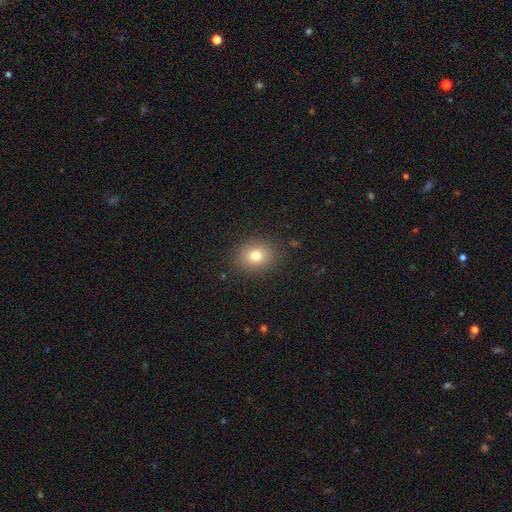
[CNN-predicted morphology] Smooth or featured?
  - smooth: 78% *
  - star or artifact: 12%
  - featured or disk: 10%
How rounded?
  - round: 64% *
  - in between: 35%
  - cigar-shaped: 1%
Merging?
  - none: 88% *
  - minor disturbance: 8%
  - major disturbance: 3%
  - merger: 1%